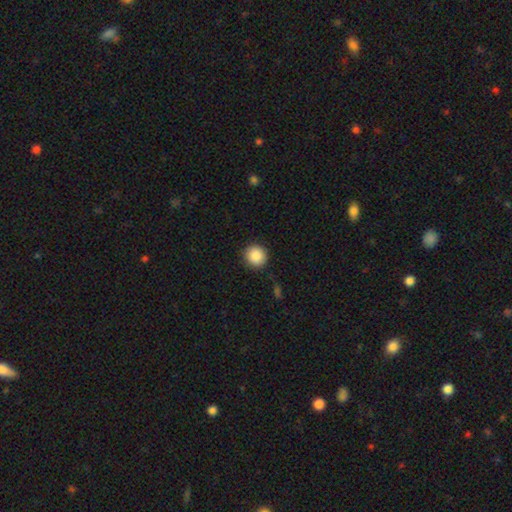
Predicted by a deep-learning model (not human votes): The model was most divided on "smooth or featured": smooth: 88%, star or artifact: 8%, featured or disk: 4%. More confident: how rounded — round (93%); merging — none (90%).